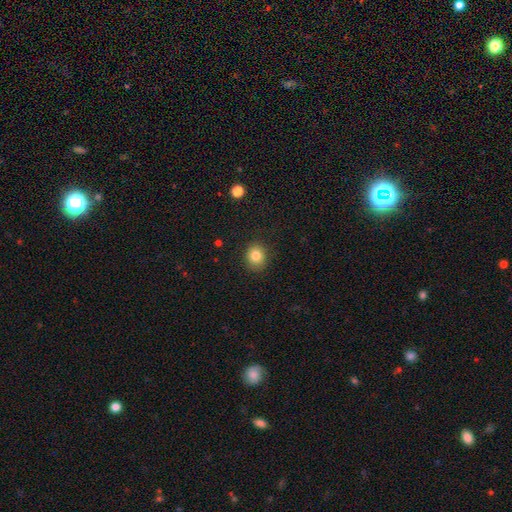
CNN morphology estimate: smooth_or_featured: smooth (p=0.82) [alt: star or artifact p=0.10]
how_rounded: round (p=0.75) [alt: in between p=0.24]
merging: none (p=0.88) [alt: minor disturbance p=0.08]